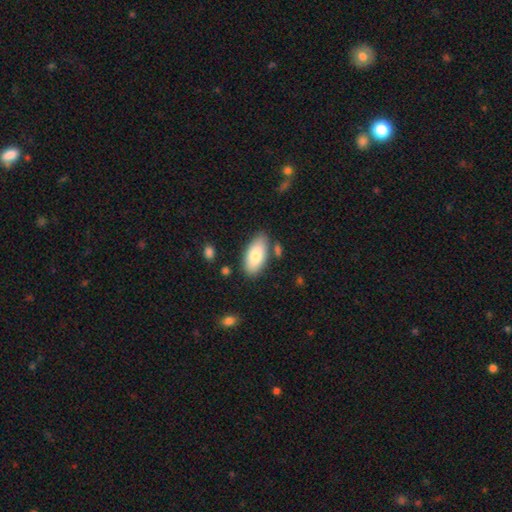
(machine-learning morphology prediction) smooth 80%, featured or disk 14%, star or artifact 6%. Down the decision tree: how rounded — in between (92%); merging — none (78%).